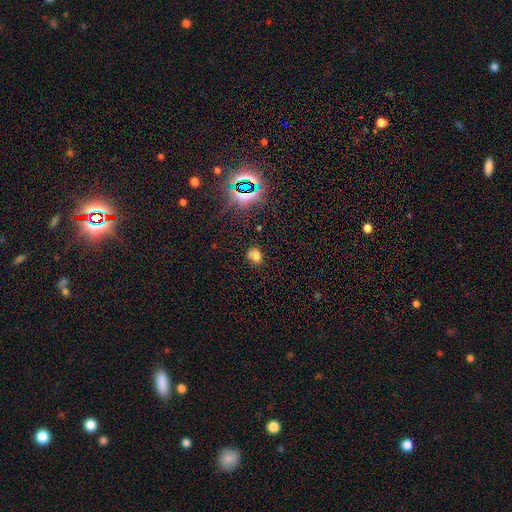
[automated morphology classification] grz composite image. It shows a smooth galaxy with no disk features (66%) that is round (49%, tied with in between). Merging: none (59%).